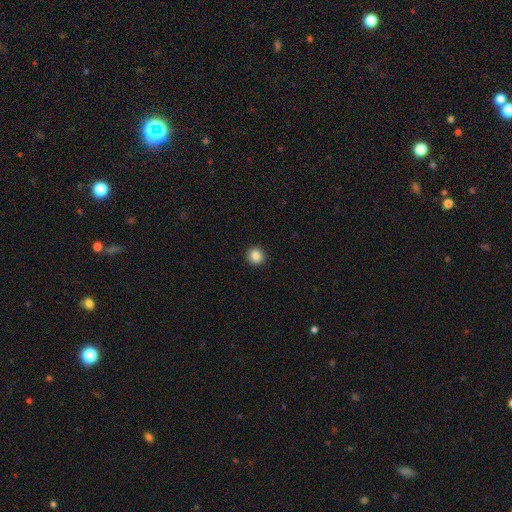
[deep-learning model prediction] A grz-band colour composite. It shows a smooth galaxy with no disk features (87%) that is round (89%). Merging: none (92%).